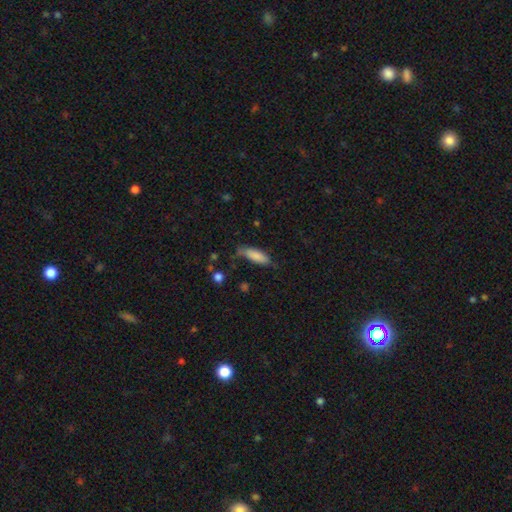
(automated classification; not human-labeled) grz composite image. It shows a smooth galaxy with no disk features (84%) that is in between round and cigar-shaped (57%). Merging: none (63%).